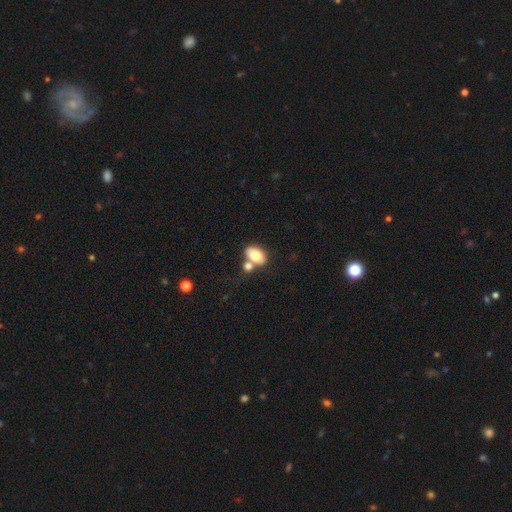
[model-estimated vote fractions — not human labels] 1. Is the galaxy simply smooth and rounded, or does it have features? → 77% smooth, 16% featured or disk, 8% star or artifact.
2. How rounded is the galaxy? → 85% in between, 13% round, 1% cigar-shaped.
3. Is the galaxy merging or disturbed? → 44% none, 39% merger, 12% minor disturbance, 5% major disturbance.